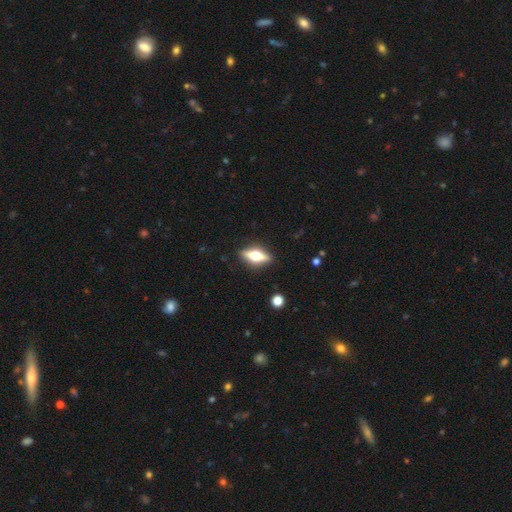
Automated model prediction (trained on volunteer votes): Smooth or featured: featured or disk — 60% (smooth — 33%)
Edge-on disk: yes — 93% (no — 7%)
Edge-on bulge: rounded — 95% (boxy — 3%)
Merging: none — 88% (minor disturbance — 8%)